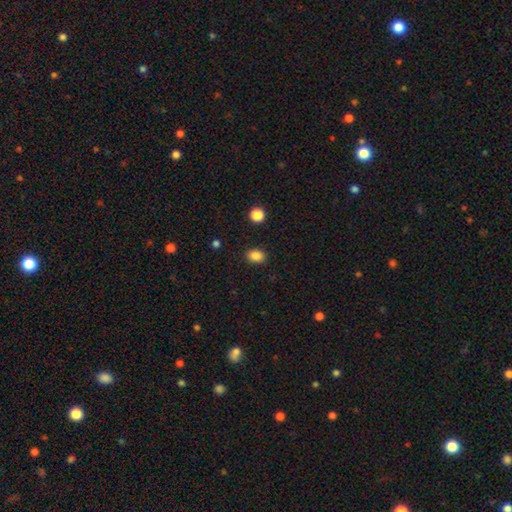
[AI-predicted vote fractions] A smooth galaxy with no disk features (86%) that is in between round and cigar-shaped (71%).

Vote fractions:
- Smooth or featured? smooth: 86% / star or artifact: 10% / featured or disk: 4%
- How rounded? in between: 71% / round: 28% / cigar-shaped: 1%
- Merging? none: 88% / minor disturbance: 8% / major disturbance: 2% / merger: 1%